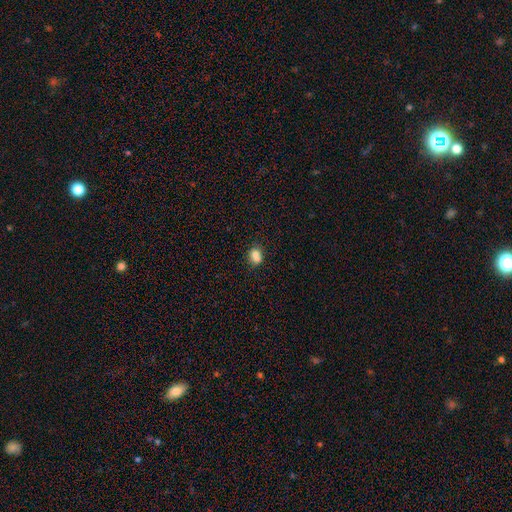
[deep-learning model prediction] smooth 74%, featured or disk 14%, star or artifact 12%. Down the decision tree: how rounded — round (54%); merging — none (46%).